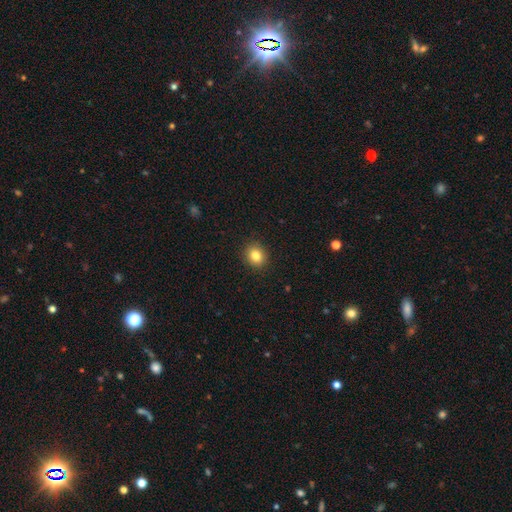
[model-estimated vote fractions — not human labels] This is clearly a smooth galaxy (84%). How rounded: likely round (72%). Merging: clearly none (91%).